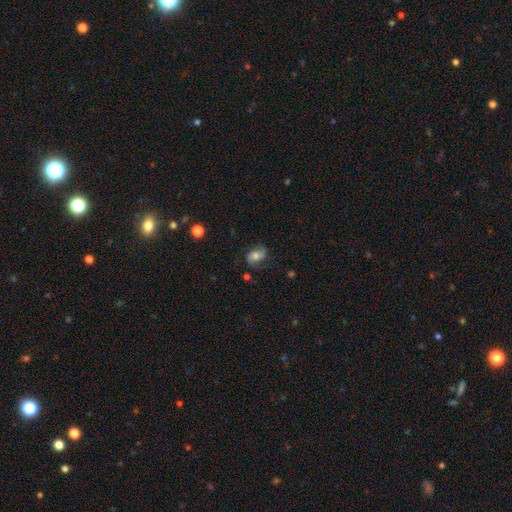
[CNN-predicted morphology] The model was most divided on "smooth or featured": smooth: 48%, featured or disk: 42%, star or artifact: 10%. More confident: merging — none (67%).